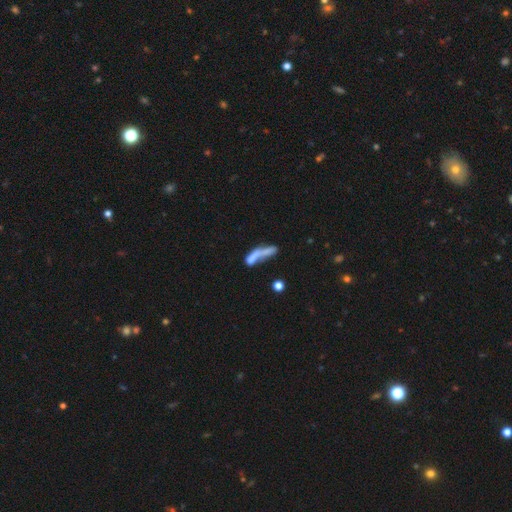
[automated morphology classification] This is possibly a smooth galaxy (57%). How rounded: likely cigar-shaped (70%). Merging: marginally merger (36%).